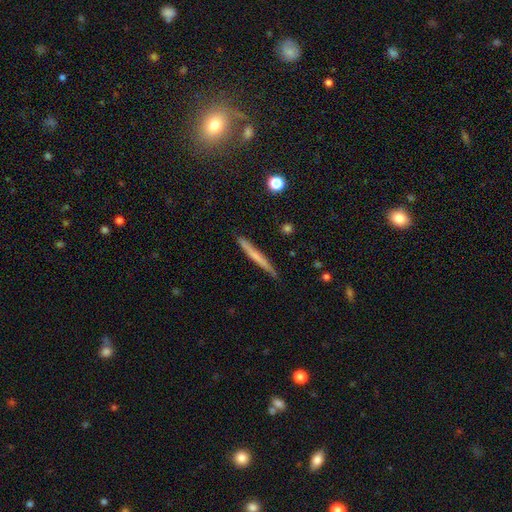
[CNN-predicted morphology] The model was most divided on "smooth or featured": smooth: 53%, featured or disk: 40%, star or artifact: 7%. More confident: how rounded — cigar-shaped (96%); merging — none (87%).